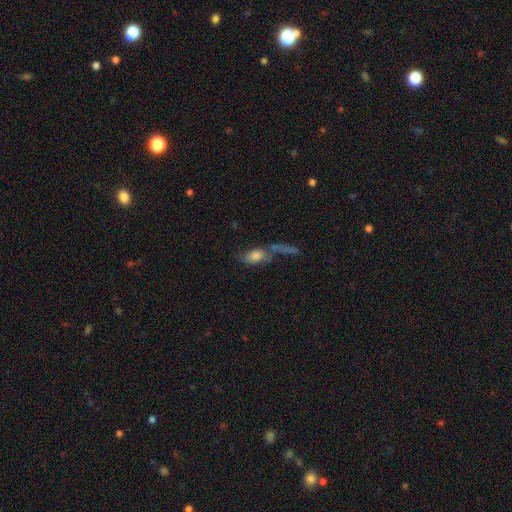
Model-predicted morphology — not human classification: type=smooth (69%); roundness=in between (82%); merging=merger (40%).